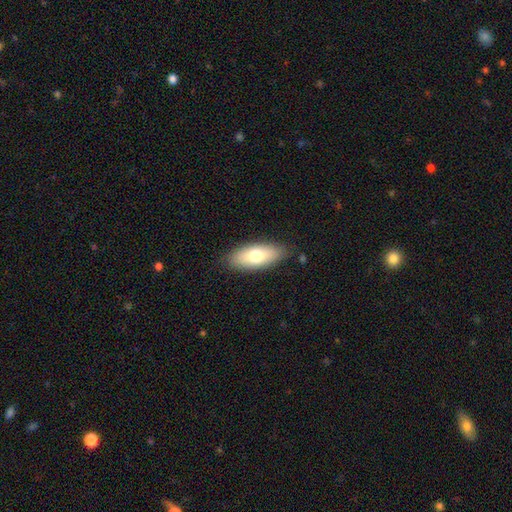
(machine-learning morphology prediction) Smooth or featured? smooth (72%)
How rounded? in between (82%)
Merging? none (85%)